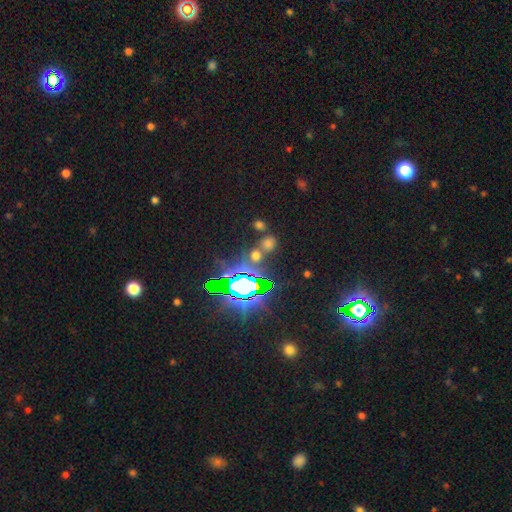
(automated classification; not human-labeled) A star or artifact, not a galaxy (48%).

Vote fractions:
- Smooth or featured? star or artifact: 48% / smooth: 44% / featured or disk: 8%